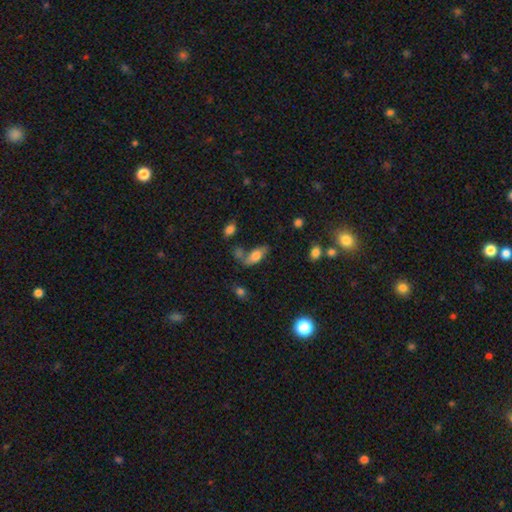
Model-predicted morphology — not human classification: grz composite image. It shows a smooth galaxy with no disk features (69%) that is in between round and cigar-shaped (83%). Merging: none (47%).